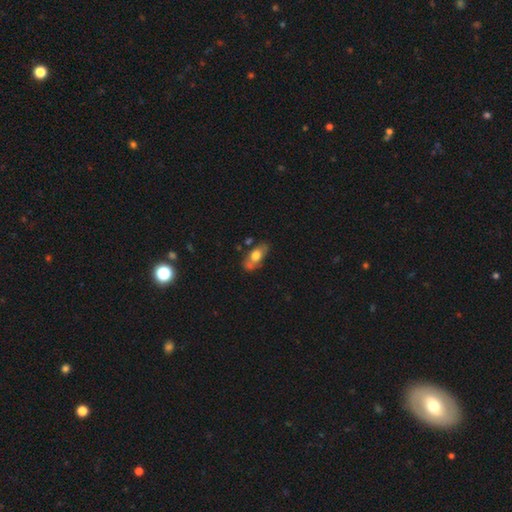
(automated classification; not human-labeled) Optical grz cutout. It shows a smooth galaxy with no disk features (60%) that is in between round and cigar-shaped (84%). Merging: none (64%).